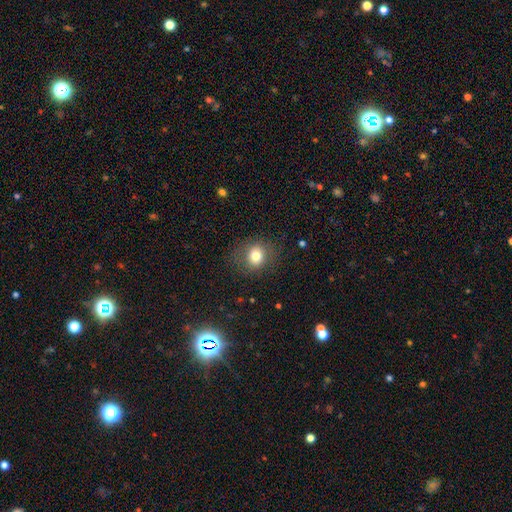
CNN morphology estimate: type=smooth (77%); roundness=round (70%); merging=none (81%).